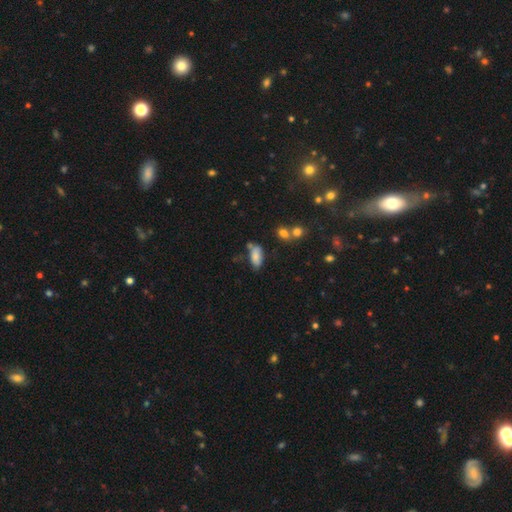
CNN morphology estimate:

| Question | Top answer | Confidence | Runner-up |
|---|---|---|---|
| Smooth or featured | smooth | 79% | featured or disk (12%) |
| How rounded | in between | 88% | cigar-shaped (9%) |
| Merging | none | 52% | minor disturbance (25%) |